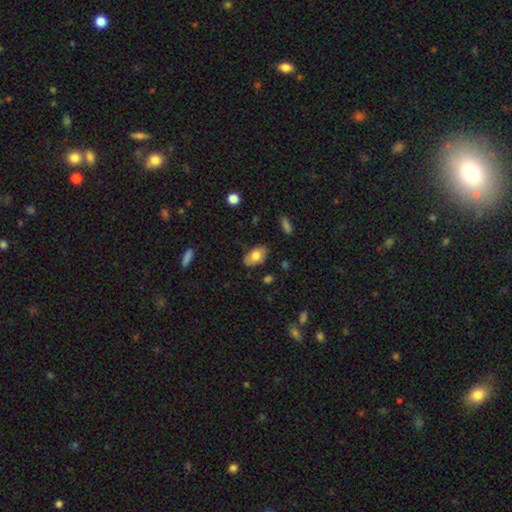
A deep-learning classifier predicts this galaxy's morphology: smooth-or-featured: smooth: 78% | featured or disk: 15% | star or artifact: 7%
  how-rounded: in between: 92% | round: 6% | cigar-shaped: 2%
  merging: none: 80% | minor disturbance: 15% | major disturbance: 3% | merger: 2%